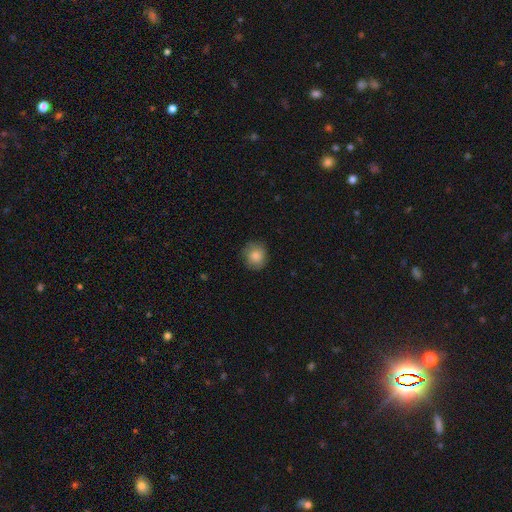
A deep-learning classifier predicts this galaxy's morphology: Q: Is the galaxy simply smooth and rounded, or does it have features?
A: smooth — 82%.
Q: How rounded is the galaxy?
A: round — 82%.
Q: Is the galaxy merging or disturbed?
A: none — 79%.